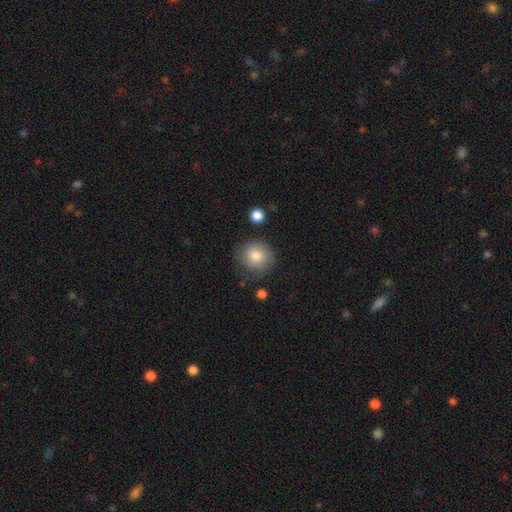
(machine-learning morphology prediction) smooth_or_featured: smooth (p=0.82) [alt: featured or disk p=0.10]
how_rounded: round (p=0.92) [alt: in between p=0.07]
merging: none (p=0.75) [alt: minor disturbance p=0.17]